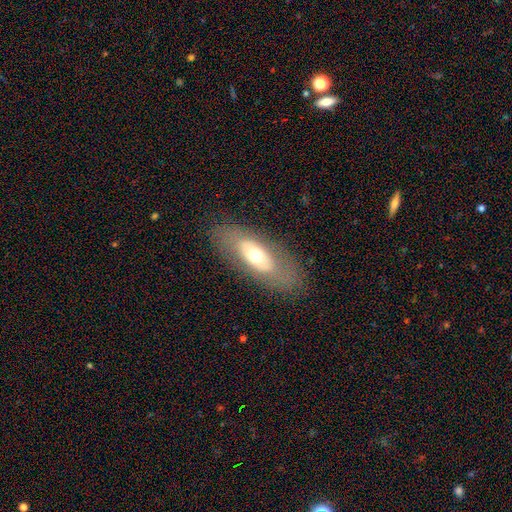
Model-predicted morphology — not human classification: Smooth or featured: smooth — 49% (featured or disk — 43%)
Merging: none — 82% (minor disturbance — 11%)